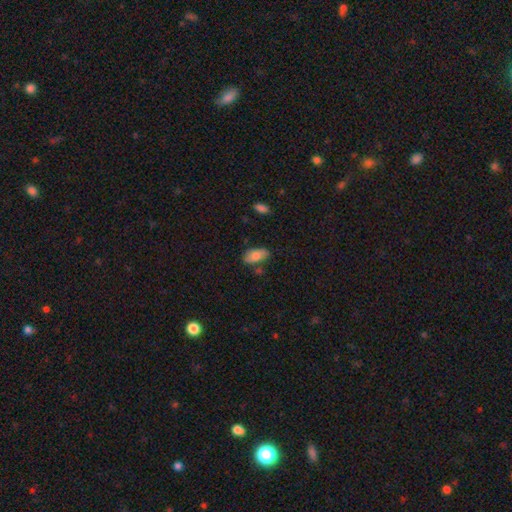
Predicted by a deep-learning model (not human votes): Overall: smooth (80%). How rounded: in between (92%). Merging: none (71%).